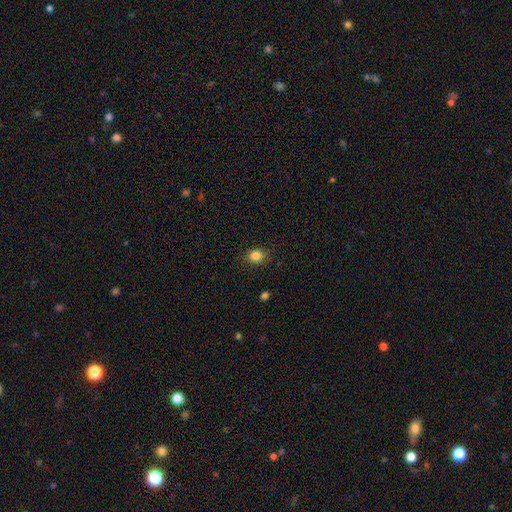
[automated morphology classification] smooth_or_featured: smooth (p=0.83) [alt: star or artifact p=0.11]
how_rounded: round (p=0.61) [alt: in between p=0.38]
merging: none (p=0.85) [alt: minor disturbance p=0.11]